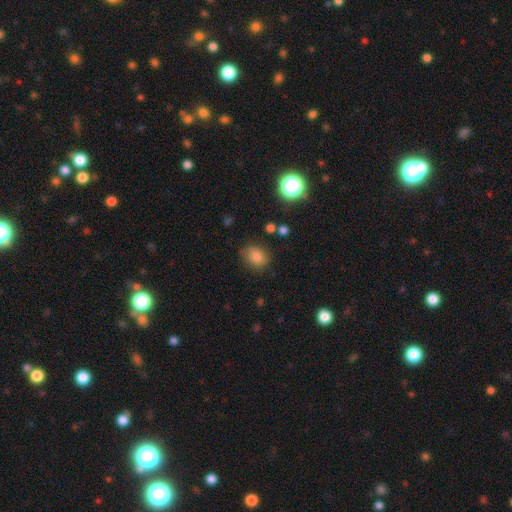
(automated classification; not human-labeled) A smooth galaxy with no disk features (80%) that is round (52%). Merging: none (80%).